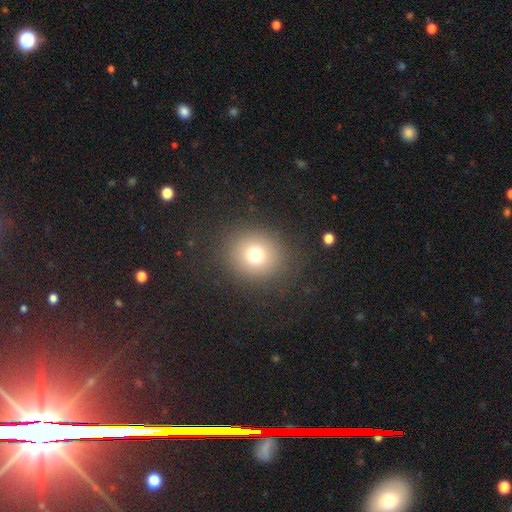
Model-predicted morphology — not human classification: type=smooth (73%); roundness=round (84%); merging=none (88%).